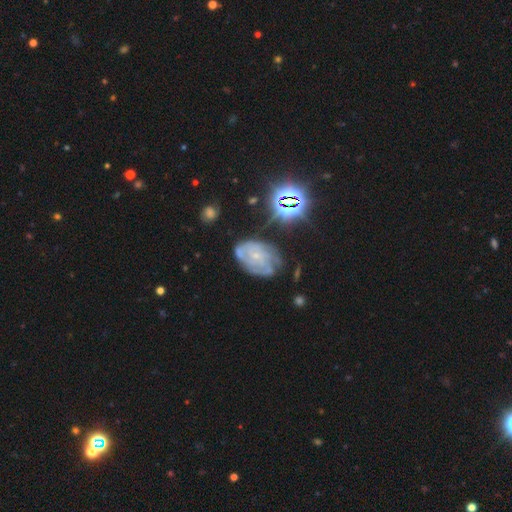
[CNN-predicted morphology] Smooth or featured? featured or disk (63%)
Edge-on disk? no (96%)
Bar? no (80%)
Spiral arms? yes (76%)
Bulge size? small (77%)
Merging? none (56%)